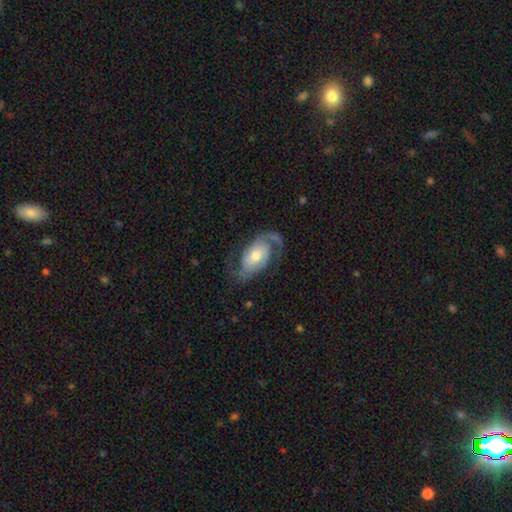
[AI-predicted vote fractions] Smooth or featured?
  - featured or disk: 86% *
  - smooth: 9%
  - star or artifact: 5%
Edge-on disk?
  - no: 97% *
  - yes: 3%
Bar?
  - no: 58% *
  - weak: 32%
  - strong: 10%
Spiral arms?
  - yes: 97% *
  - no: 3%
Spiral winding?
  - medium: 50% *
  - loose: 28%
  - tight: 22%
Spiral arm count?
  - 2: 90% *
  - can't tell: 3%
  - 1: 3%
  - 3: 2%
  - 4: 1%
  - more than 4: 1%
Bulge size?
  - moderate: 60% *
  - small: 22%
  - large: 15%
  - none: 2%
  - dominant: 2%
Merging?
  - none: 72% *
  - minor disturbance: 16%
  - major disturbance: 11%
  - merger: 1%